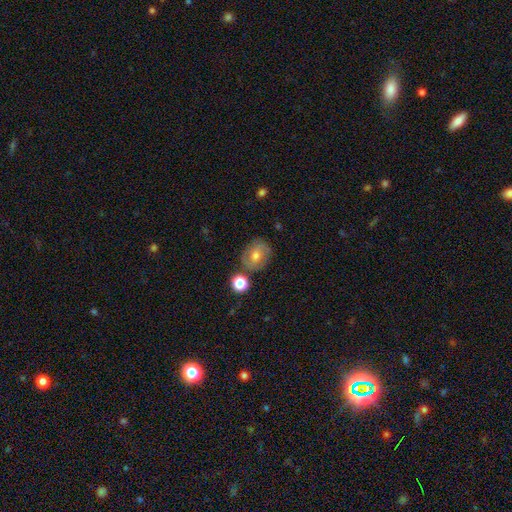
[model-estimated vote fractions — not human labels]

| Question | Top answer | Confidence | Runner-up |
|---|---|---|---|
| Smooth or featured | smooth | 53% | featured or disk (35%) |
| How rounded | round | 63% | in between (36%) |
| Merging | none | 75% | minor disturbance (14%) |